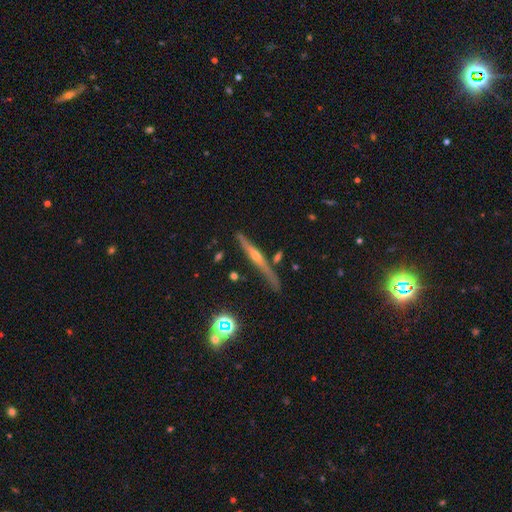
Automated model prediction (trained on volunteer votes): The model was most divided on "smooth or featured": featured or disk: 71%, smooth: 20%, star or artifact: 9%. More confident: edge-on disk — yes (96%); edge-on bulge — rounded (78%); merging — none (77%).